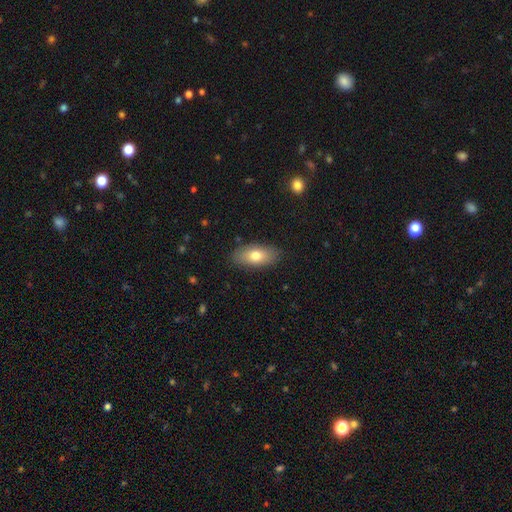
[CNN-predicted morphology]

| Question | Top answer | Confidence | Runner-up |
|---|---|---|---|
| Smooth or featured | smooth | 74% | featured or disk (19%) |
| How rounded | in between | 88% | cigar-shaped (8%) |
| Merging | none | 86% | minor disturbance (10%) |